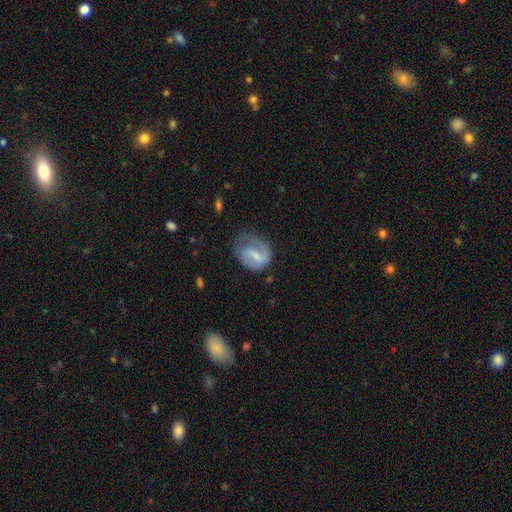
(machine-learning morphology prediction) featured or disk 68%, smooth 26%, star or artifact 6%. Down the decision tree: edge-on disk — no (98%); bar — weak (54%); spiral arms — yes (88%); spiral arm count — 2 (54%); spiral winding — medium (44%); bulge size — small (48%); merging — none (46%).